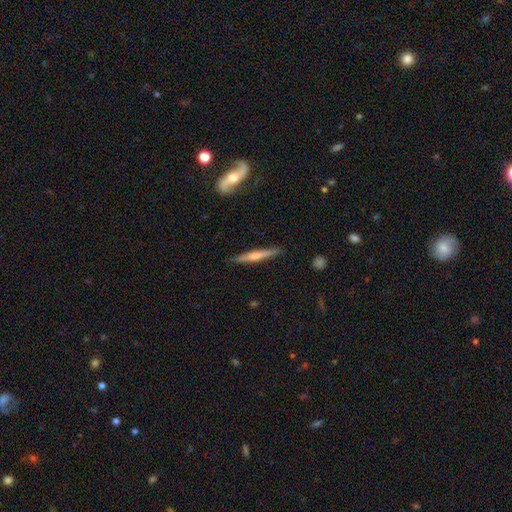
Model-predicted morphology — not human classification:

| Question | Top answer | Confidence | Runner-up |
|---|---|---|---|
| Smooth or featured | smooth | 49% | featured or disk (45%) |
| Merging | none | 88% | minor disturbance (9%) |